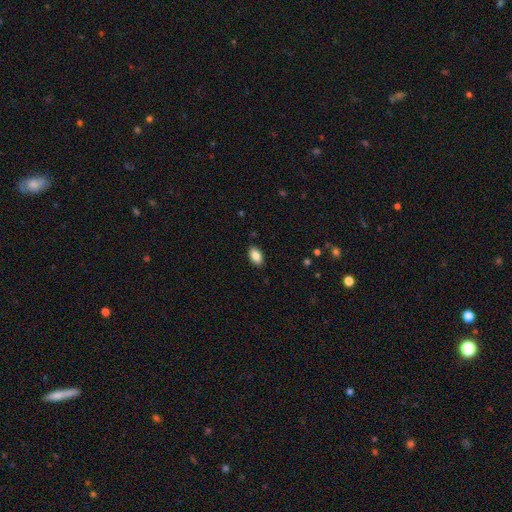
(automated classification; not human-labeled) This is clearly a smooth galaxy (86%). How rounded: clearly in between (93%). Merging: clearly none (88%).